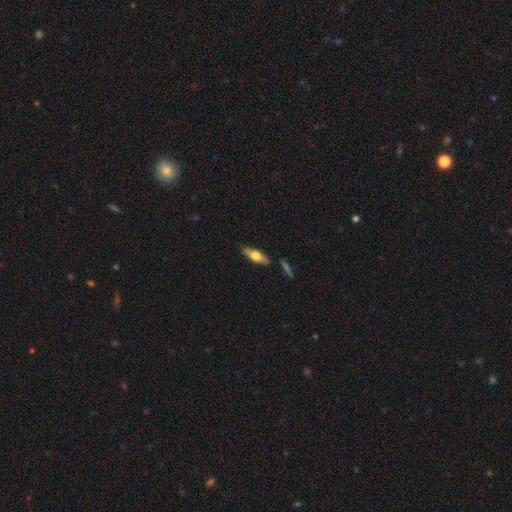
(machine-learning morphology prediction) A featured or disk galaxy (50%). Merging: none (85%).